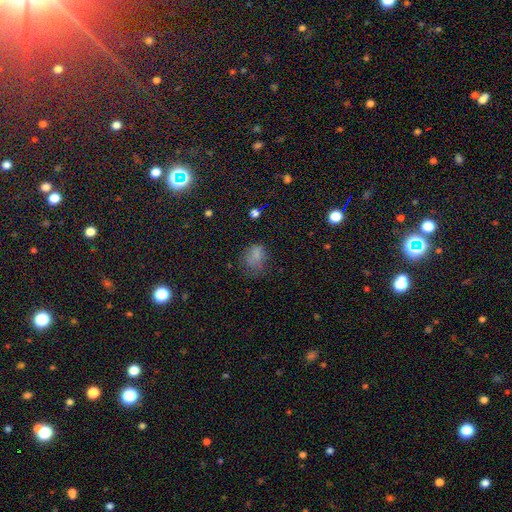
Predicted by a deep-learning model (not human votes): A smooth galaxy with no disk features (69%) that is in between round and cigar-shaped (58%). Merging: none (45%).